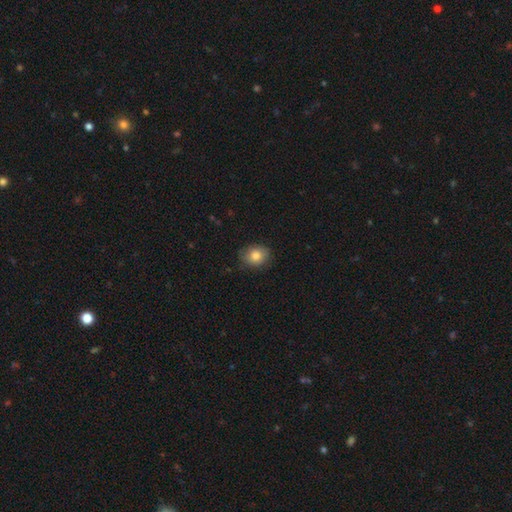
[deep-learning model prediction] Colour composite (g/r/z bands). It shows a smooth galaxy with no disk features (83%) that is round (65%). Merging: none (82%).